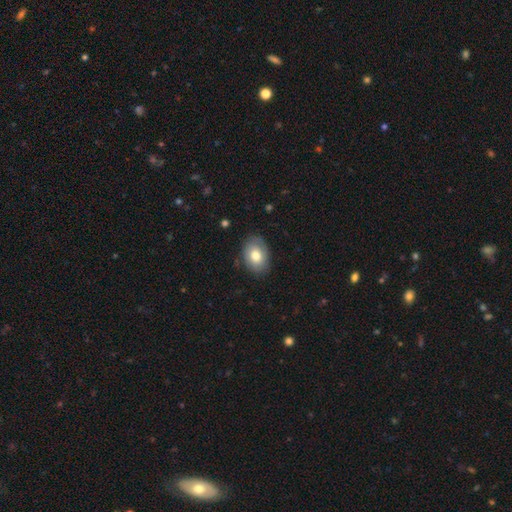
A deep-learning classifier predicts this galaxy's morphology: type=smooth (75%); roundness=in between (78%); merging=none (81%).